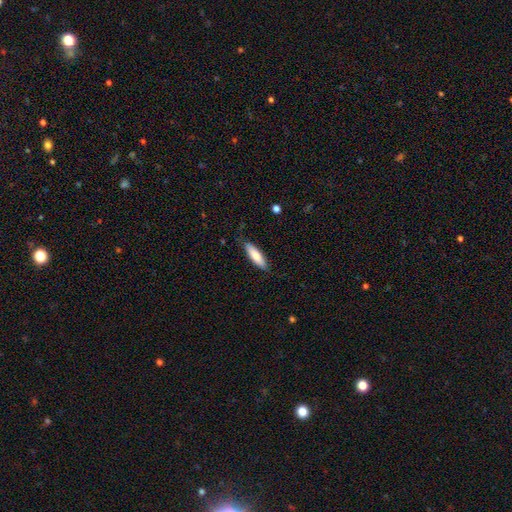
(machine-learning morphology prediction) Q: Smooth or featured?
A: smooth (77%); runner-up: featured or disk (17%)
Q: How rounded?
A: cigar-shaped (53%); runner-up: in between (46%)
Q: Merging?
A: none (82%); runner-up: minor disturbance (14%)